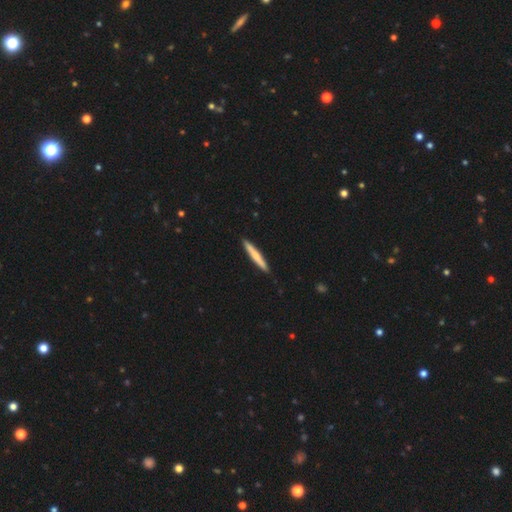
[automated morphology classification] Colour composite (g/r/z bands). It shows a smooth galaxy with no disk features (64%) that is cigar-shaped (96%). Merging: none (92%).